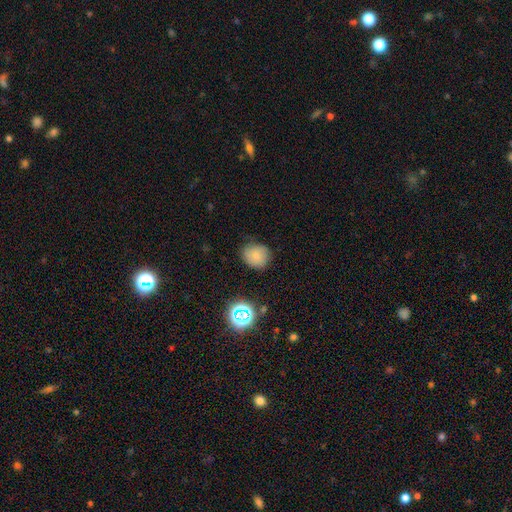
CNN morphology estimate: A smooth galaxy with no disk features (74%) that is round (74%). Merging: none (73%).